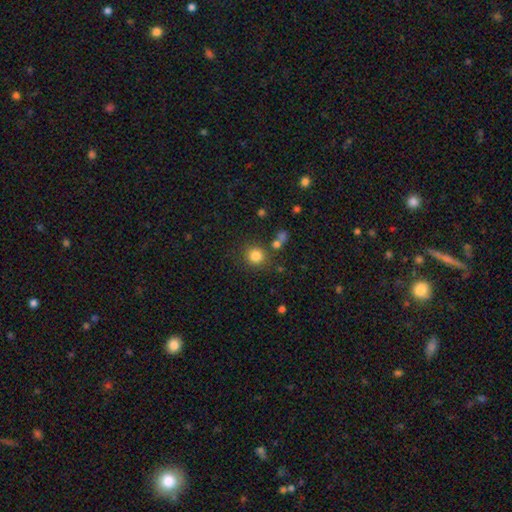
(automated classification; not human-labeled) Morphology: type=smooth (82%); roundness=round (91%); merging=none (82%).